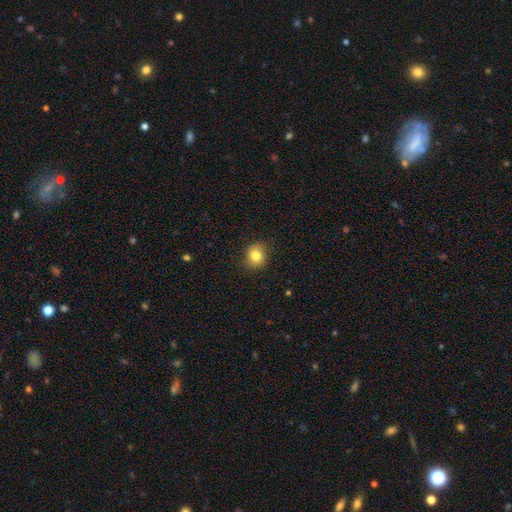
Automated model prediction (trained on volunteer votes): A smooth galaxy with no disk features (81%) that is round (72%). Merging: none (87%).